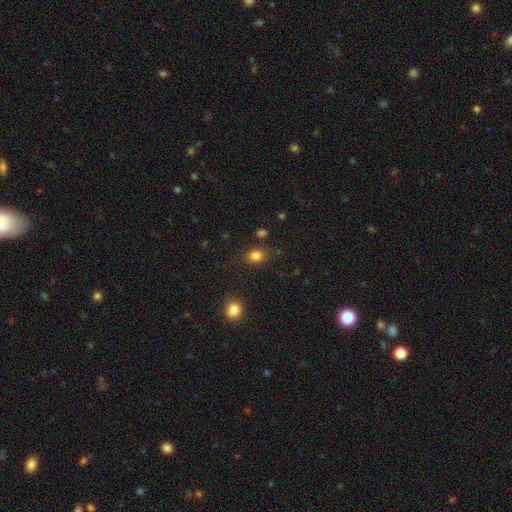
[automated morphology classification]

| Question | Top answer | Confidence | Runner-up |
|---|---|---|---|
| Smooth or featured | smooth | 83% | star or artifact (11%) |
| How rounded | in between | 58% | round (41%) |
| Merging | none | 83% | minor disturbance (11%) |